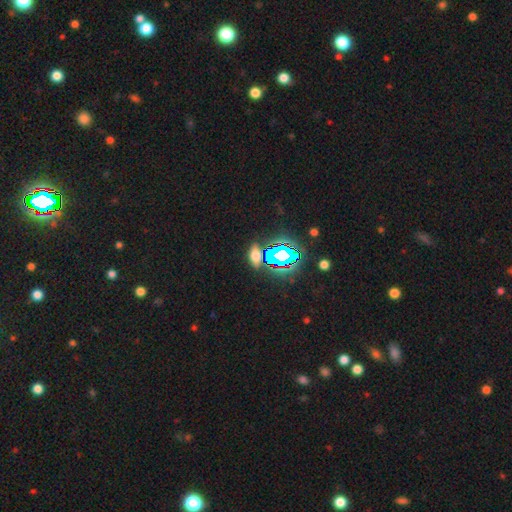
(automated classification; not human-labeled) Smooth or featured?
  - smooth: 47% *
  - star or artifact: 40%
  - featured or disk: 13%
Merging?
  - none: 78% *
  - minor disturbance: 11%
  - merger: 8%
  - major disturbance: 4%